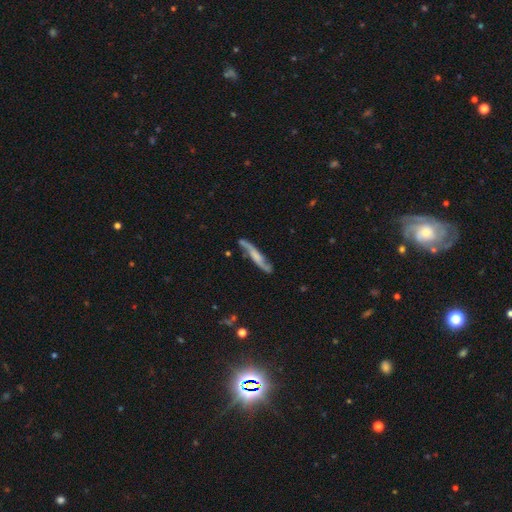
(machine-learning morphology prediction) This appears to be a featured or disk galaxy (68%) viewed edge-on (50%, tied with no). Merging: none (70%).